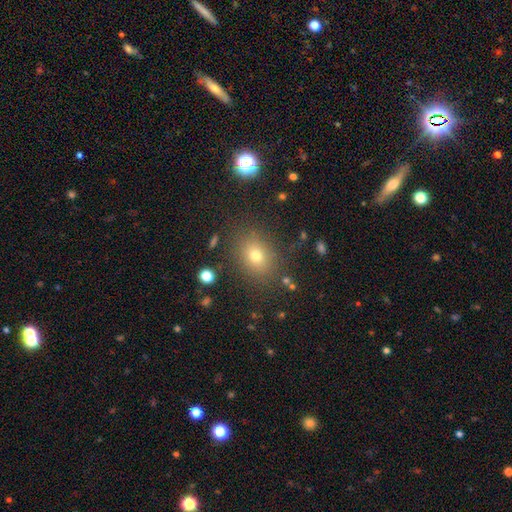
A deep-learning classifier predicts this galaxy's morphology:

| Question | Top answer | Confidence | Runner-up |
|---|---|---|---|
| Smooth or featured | smooth | 71% | star or artifact (18%) |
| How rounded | round | 53% | in between (46%) |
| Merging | none | 84% | minor disturbance (10%) |